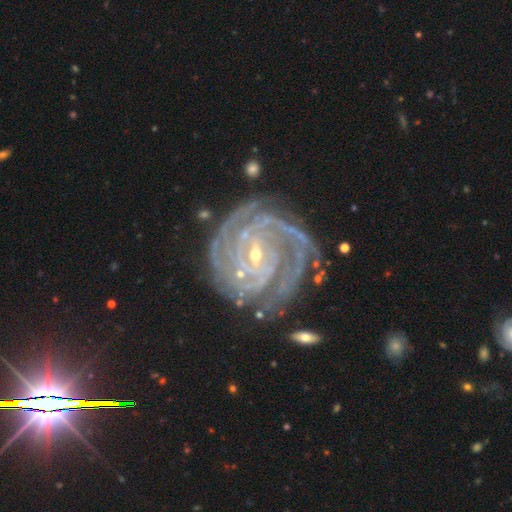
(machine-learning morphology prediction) This appears to be a featured or disk galaxy (92%) with a weak bar (46%), 4 (26%) tight (80%) spiral arms (98%) and a small central bulge (73%). Merging: none (72%).